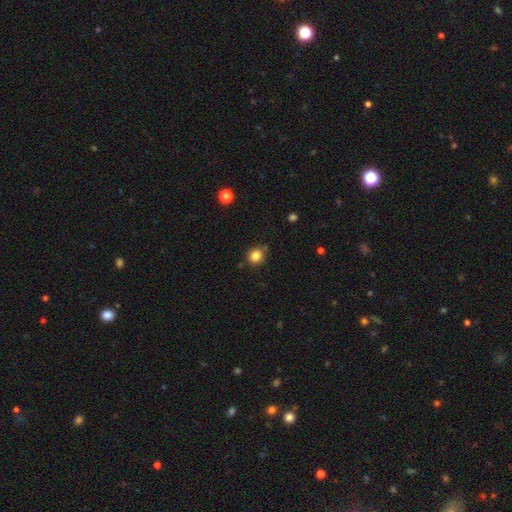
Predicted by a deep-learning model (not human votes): Smooth or featured?
  - smooth: 83% *
  - star or artifact: 11%
  - featured or disk: 6%
How rounded?
  - round: 86% *
  - in between: 13%
  - cigar-shaped: 1%
Merging?
  - none: 79% *
  - minor disturbance: 13%
  - merger: 5%
  - major disturbance: 3%